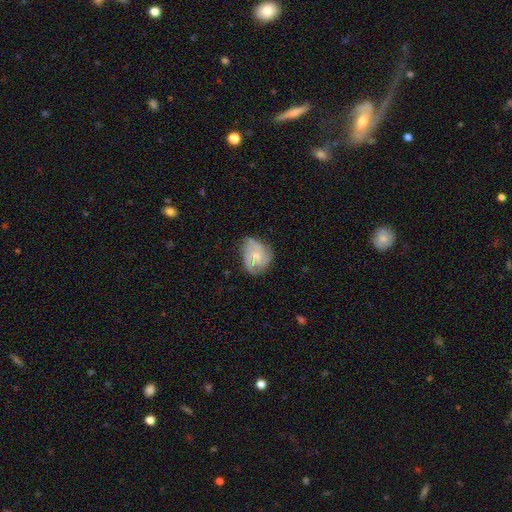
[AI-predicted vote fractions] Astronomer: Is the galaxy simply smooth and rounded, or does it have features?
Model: featured or disk — 64%.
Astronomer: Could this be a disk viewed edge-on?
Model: no — 98%.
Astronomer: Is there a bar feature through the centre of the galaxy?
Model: no — 76%.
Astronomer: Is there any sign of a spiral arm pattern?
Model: yes — 85%.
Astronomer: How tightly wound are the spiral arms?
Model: tight — 45% (runner-up: medium, 41%).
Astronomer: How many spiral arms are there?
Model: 3 — 41% (runner-up: can't tell, 24%).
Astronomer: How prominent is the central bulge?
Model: small — 47% (runner-up: moderate, 45%).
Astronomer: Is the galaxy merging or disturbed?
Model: none — 56% (runner-up: minor disturbance, 31%).